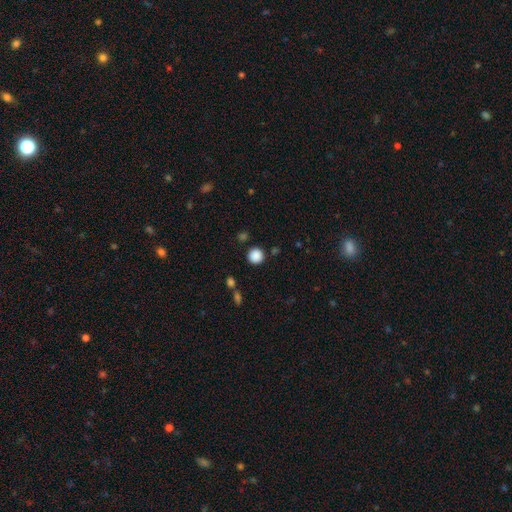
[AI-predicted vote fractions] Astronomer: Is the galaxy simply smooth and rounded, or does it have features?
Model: smooth — 87%.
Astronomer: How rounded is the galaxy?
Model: round — 94%.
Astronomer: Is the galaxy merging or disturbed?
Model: none — 87%.